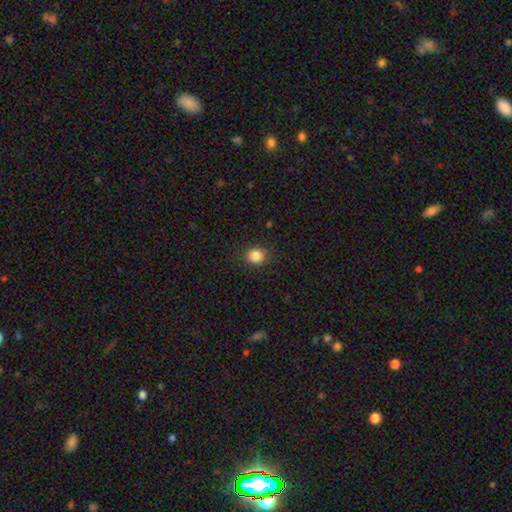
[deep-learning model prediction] Smooth or featured?
  - smooth: 85% *
  - star or artifact: 11%
  - featured or disk: 4%
How rounded?
  - round: 81% *
  - in between: 18%
  - cigar-shaped: 1%
Merging?
  - none: 90% *
  - minor disturbance: 7%
  - major disturbance: 2%
  - merger: 1%